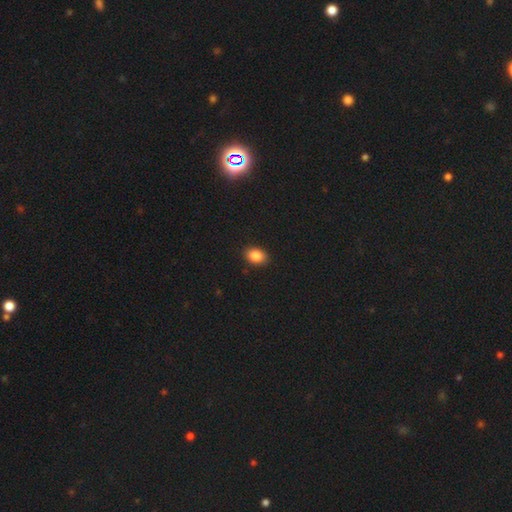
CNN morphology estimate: Smooth or featured? smooth (87%)
How rounded? in between (76%)
Merging? none (89%)